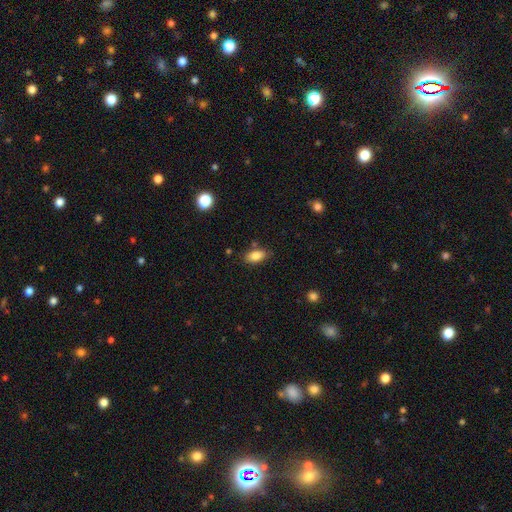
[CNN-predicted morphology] Smooth or featured: smooth — 85% (star or artifact — 8%)
How rounded: in between — 90% (round — 5%)
Merging: none — 79% (minor disturbance — 13%)